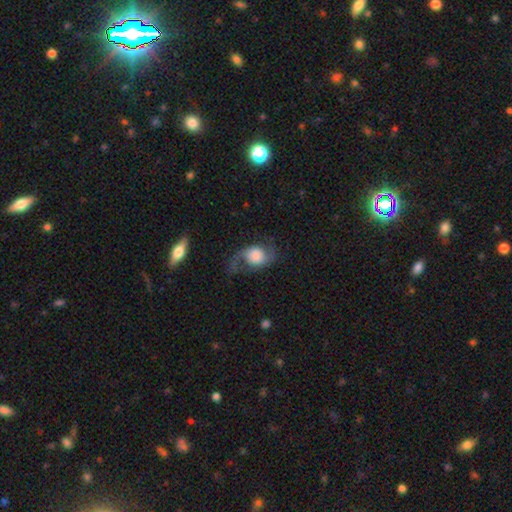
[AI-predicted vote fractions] The model was most divided on "bulge size": large: 40%, dominant: 31%, moderate: 11%, none: 11%, small: 8%. More confident: edge-on disk — no (96%); spiral arms — yes (90%); spiral arm count — 2 (89%); bar — no (71%); spiral winding — loose (70%); smooth or featured — featured or disk (63%); merging — none (53%).